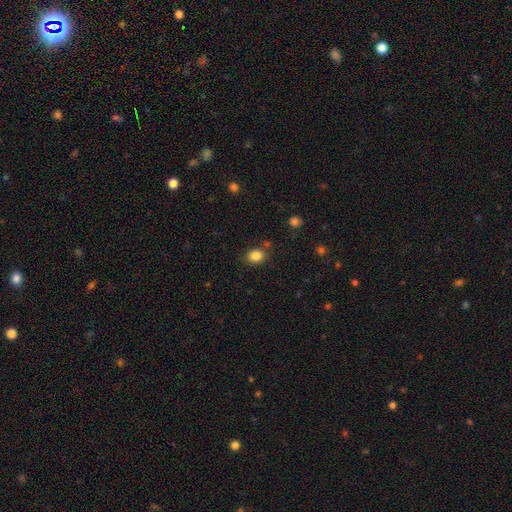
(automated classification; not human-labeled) Q: Smooth or featured?
A: smooth (85%); runner-up: star or artifact (11%)
Q: How rounded?
A: round (62%); runner-up: in between (37%)
Q: Merging?
A: none (79%); runner-up: minor disturbance (12%)